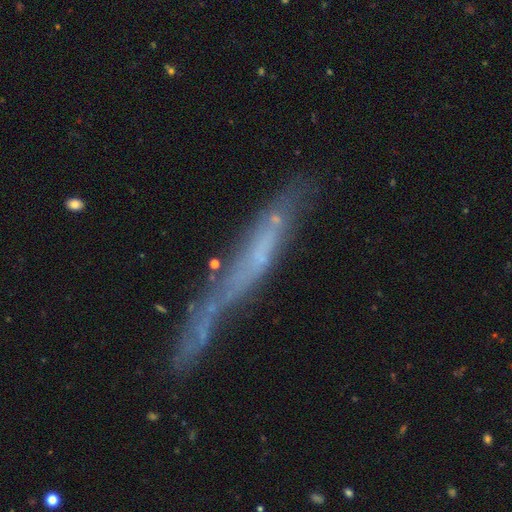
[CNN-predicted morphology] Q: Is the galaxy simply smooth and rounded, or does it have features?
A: featured or disk — 56%.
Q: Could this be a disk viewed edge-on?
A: yes — 75%.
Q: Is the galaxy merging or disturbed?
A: none — 55%.